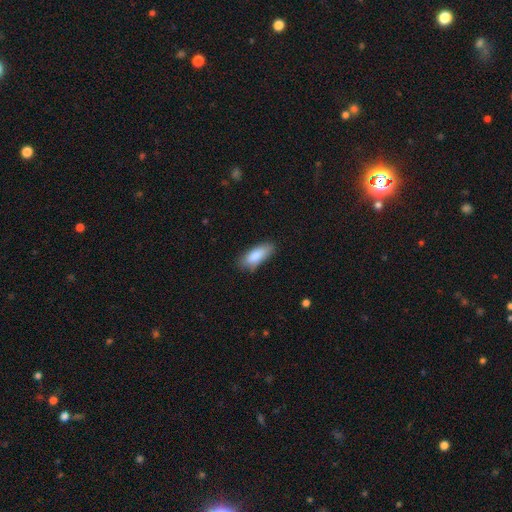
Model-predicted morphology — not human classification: Smooth or featured? smooth (85%)
How rounded? in between (77%)
Merging? none (76%)